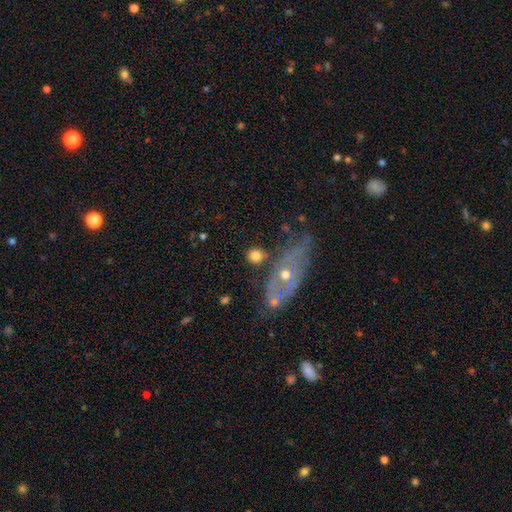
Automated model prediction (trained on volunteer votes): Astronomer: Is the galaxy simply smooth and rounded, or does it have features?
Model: smooth — 73%.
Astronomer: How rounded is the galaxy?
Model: round — 84%.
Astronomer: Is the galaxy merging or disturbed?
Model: none — 74%.